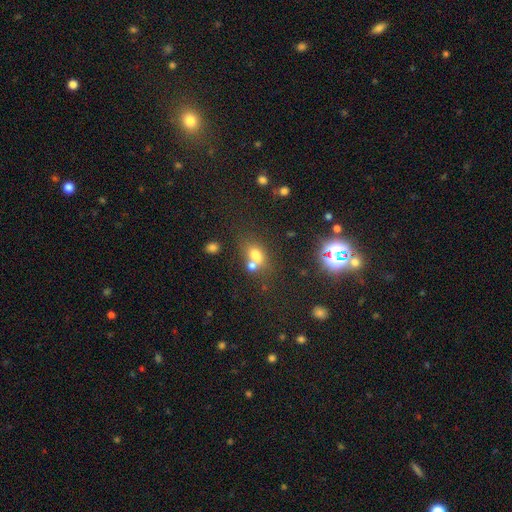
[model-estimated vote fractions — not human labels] smooth_or_featured: smooth (p=0.66) [alt: star or artifact p=0.20]
how_rounded: in between (p=0.67) [alt: round p=0.30]
merging: merger (p=0.47) [alt: none p=0.36]